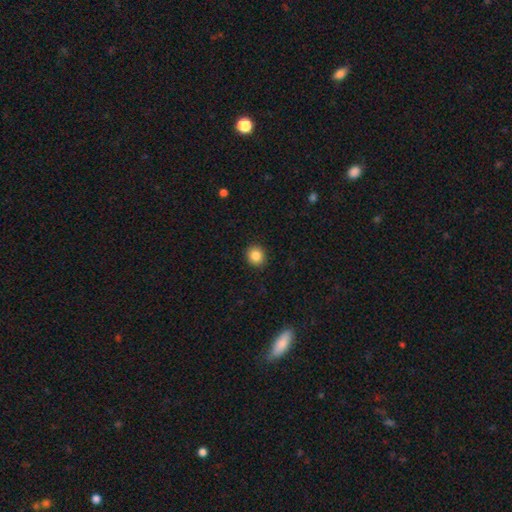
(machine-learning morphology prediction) This is clearly a smooth galaxy (85%). How rounded: clearly round (88%). Merging: clearly none (92%).